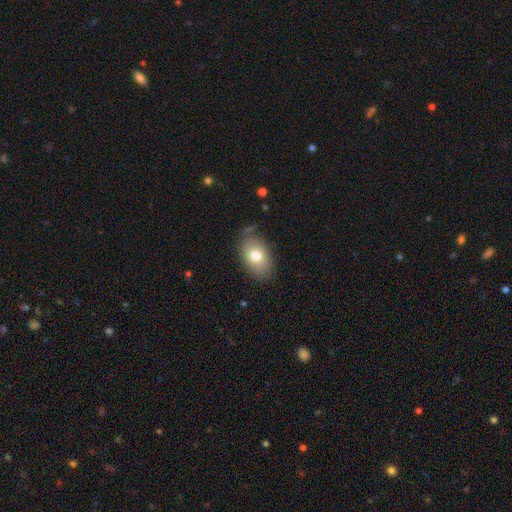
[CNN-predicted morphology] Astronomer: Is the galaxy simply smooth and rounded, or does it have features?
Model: smooth — 76%.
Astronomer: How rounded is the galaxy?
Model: in between — 84%.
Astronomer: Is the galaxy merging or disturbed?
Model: none — 75%.